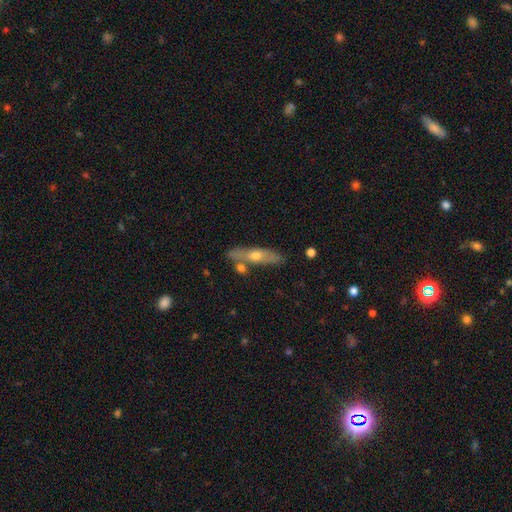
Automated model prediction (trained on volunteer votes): A featured or disk galaxy (55%) viewed edge-on (75%).

Vote fractions:
- Smooth or featured? featured or disk: 55% / smooth: 37% / star or artifact: 8%
- Edge-on disk? yes: 75% / no: 25%
- Merging? none: 76% / minor disturbance: 13% / merger: 8% / major disturbance: 3%